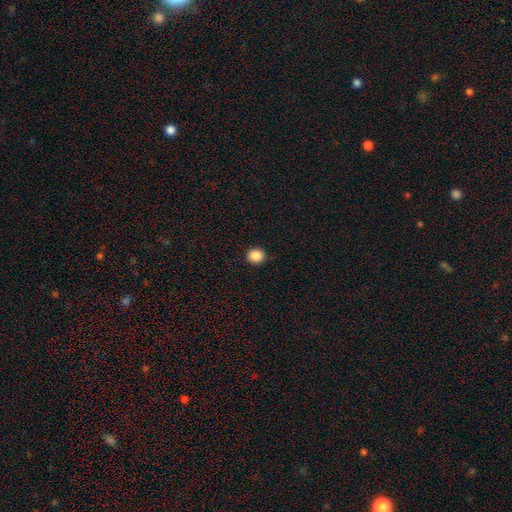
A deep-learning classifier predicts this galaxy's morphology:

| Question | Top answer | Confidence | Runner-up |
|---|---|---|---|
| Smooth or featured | smooth | 88% | star or artifact (9%) |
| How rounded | round | 78% | in between (21%) |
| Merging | none | 90% | minor disturbance (7%) |